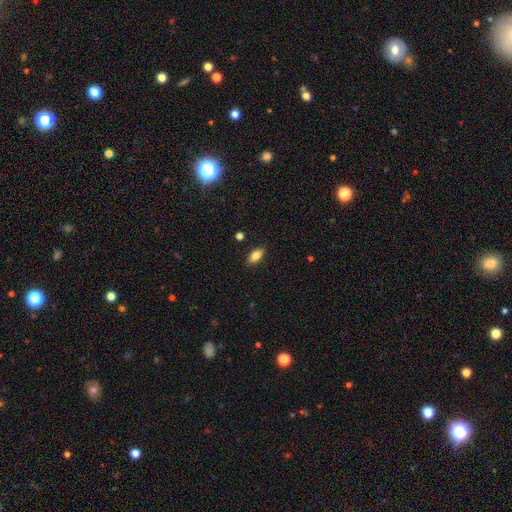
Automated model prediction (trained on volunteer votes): smooth-or-featured: smooth: 80% | featured or disk: 12% | star or artifact: 8%
  how-rounded: in between: 89% | cigar-shaped: 7% | round: 4%
  merging: none: 88% | minor disturbance: 9% | major disturbance: 2% | merger: 1%